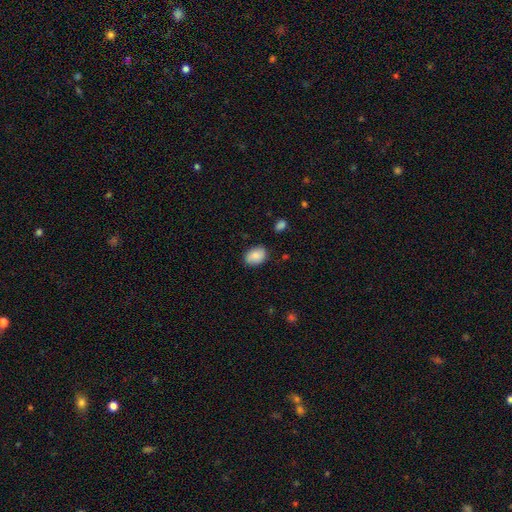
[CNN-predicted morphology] Smooth or featured? Predicted: smooth (p=0.81). How rounded? Predicted: in between (p=0.77). Merging? Predicted: none (p=0.81).